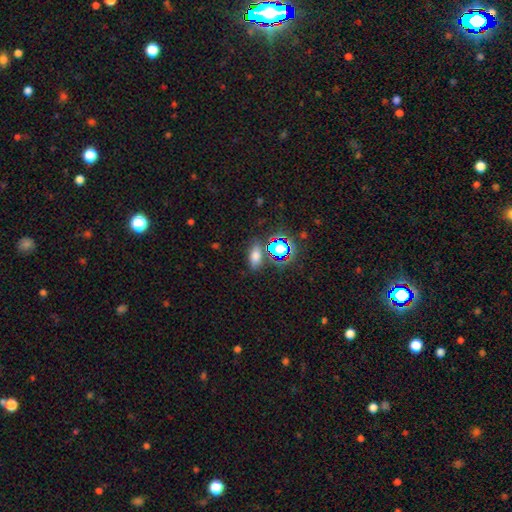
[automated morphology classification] smooth-or-featured: smooth: 66% | star or artifact: 25% | featured or disk: 9%
  how-rounded: in between: 82% | round: 11% | cigar-shaped: 7%
  merging: none: 78% | minor disturbance: 12% | merger: 7% | major disturbance: 4%